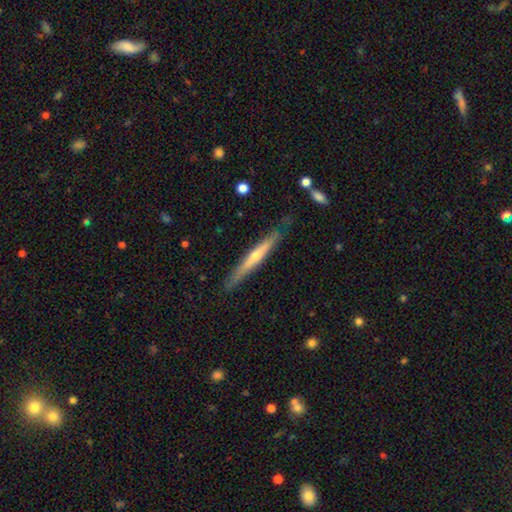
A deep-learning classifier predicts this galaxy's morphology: smooth-or-featured: featured or disk: 62% | smooth: 33% | star or artifact: 6%
  disk-edge-on: yes: 95% | no: 5%
    edge-on-bulge: rounded: 69% | none: 28% | boxy: 3%
  merging: none: 83% | minor disturbance: 13% | major disturbance: 2% | merger: 2%